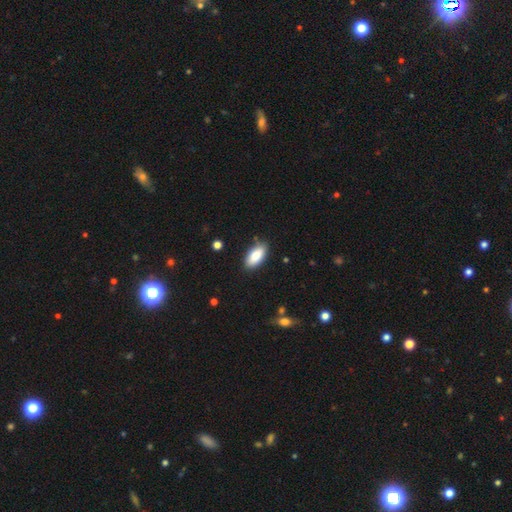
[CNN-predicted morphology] type=smooth (84%); roundness=in between (90%); merging=none (86%).